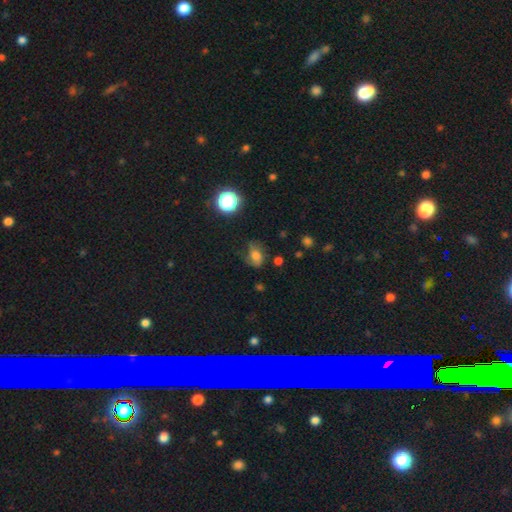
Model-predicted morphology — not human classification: Smooth or featured?
  - smooth: 61% *
  - featured or disk: 22%
  - star or artifact: 16%
How rounded?
  - in between: 70% *
  - round: 28%
  - cigar-shaped: 2%
Merging?
  - none: 50% *
  - minor disturbance: 29%
  - major disturbance: 18%
  - merger: 3%